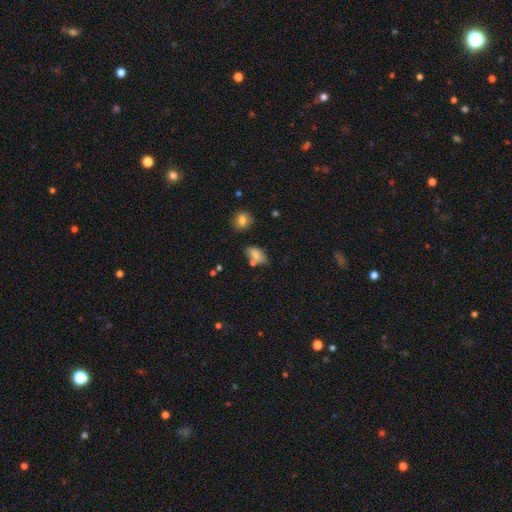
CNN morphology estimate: Smooth or featured? smooth (77%)
How rounded? in between (88%)
Merging? none (62%)